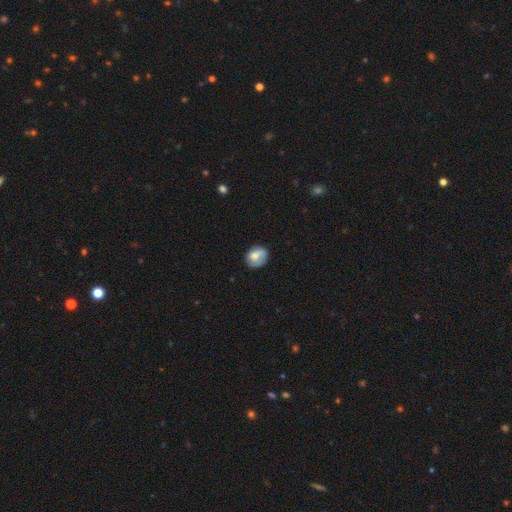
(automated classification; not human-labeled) smooth_or_featured: smooth (p=0.73) [alt: featured or disk p=0.19]
how_rounded: round (p=0.61) [alt: in between p=0.38]
merging: none (p=0.65) [alt: minor disturbance p=0.25]